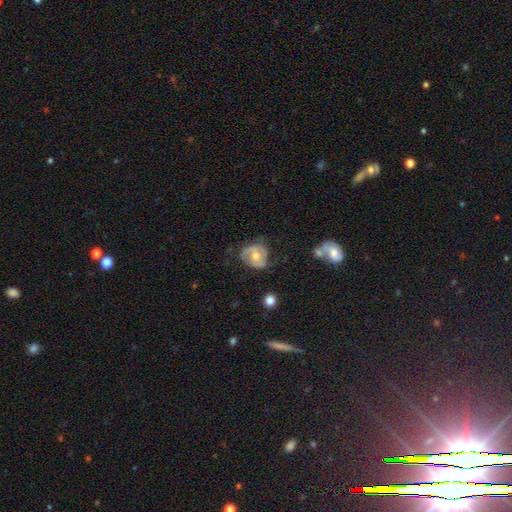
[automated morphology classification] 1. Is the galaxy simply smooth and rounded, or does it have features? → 52% featured or disk, 40% smooth, 7% star or artifact.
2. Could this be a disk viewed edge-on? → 96% no, 4% yes.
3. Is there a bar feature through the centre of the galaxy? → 64% no, 28% weak, 9% strong.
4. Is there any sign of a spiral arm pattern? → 69% yes, 31% no.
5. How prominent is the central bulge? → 69% moderate, 25% small, 4% large, 2% none, 1% dominant.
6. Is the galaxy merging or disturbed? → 52% none, 31% minor disturbance, 15% major disturbance, 2% merger.